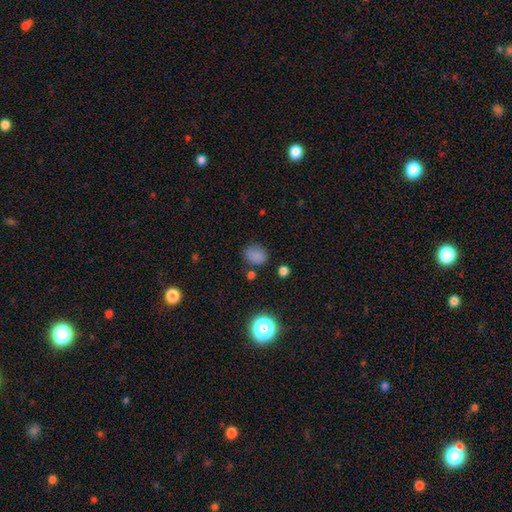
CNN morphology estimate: Q: Smooth or featured?
A: smooth (79%); runner-up: star or artifact (16%)
Q: How rounded?
A: round (51%); runner-up: in between (48%)
Q: Merging?
A: none (72%); runner-up: minor disturbance (18%)